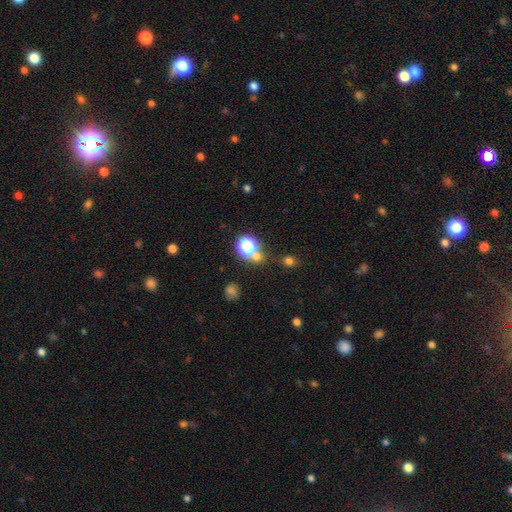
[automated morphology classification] Smooth or featured: smooth — 54% (star or artifact — 38%)
How rounded: round — 81% (in between — 18%)
Merging: none — 64% (merger — 22%)